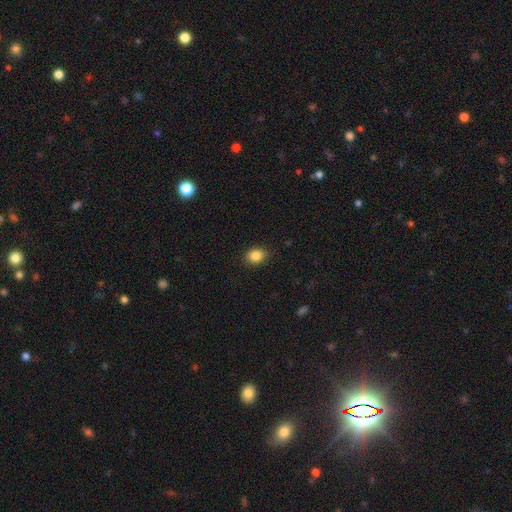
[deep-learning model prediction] The model was most divided on "how rounded": round: 56%, in between: 43%, cigar-shaped: 1%. More confident: merging — none (86%); smooth or featured — smooth (85%).